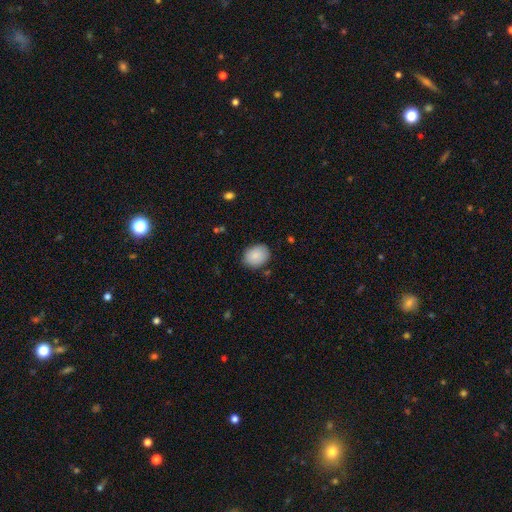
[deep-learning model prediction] Smooth or featured?
  - smooth: 88% *
  - star or artifact: 7%
  - featured or disk: 5%
How rounded?
  - in between: 59% *
  - round: 40%
  - cigar-shaped: 1%
Merging?
  - none: 84% *
  - minor disturbance: 12%
  - major disturbance: 3%
  - merger: 1%